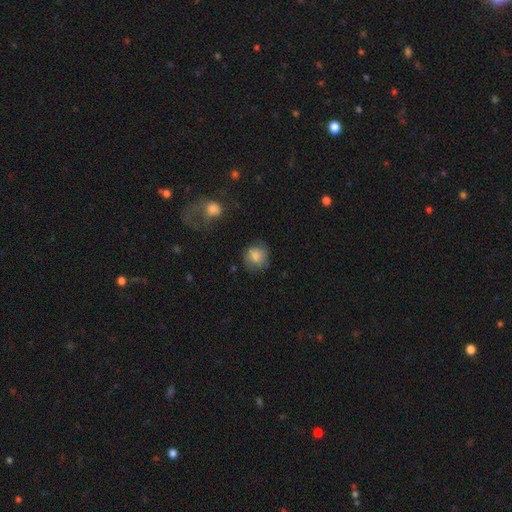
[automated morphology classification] Smooth or featured: smooth — 79% (featured or disk — 13%)
How rounded: round — 82% (in between — 17%)
Merging: none — 69% (minor disturbance — 21%)